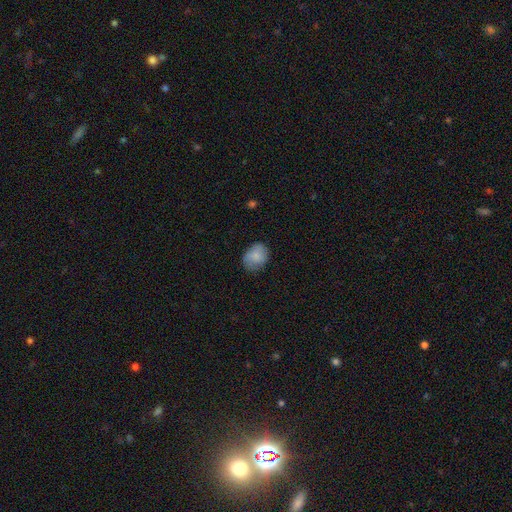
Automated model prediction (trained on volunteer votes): A smooth galaxy with no disk features (82%) that is in between round and cigar-shaped (58%).

Vote fractions:
- Smooth or featured? smooth: 82% / featured or disk: 11% / star or artifact: 7%
- How rounded? in between: 58% / round: 42% / cigar-shaped: 1%
- Merging? none: 70% / minor disturbance: 23% / major disturbance: 6% / merger: 1%